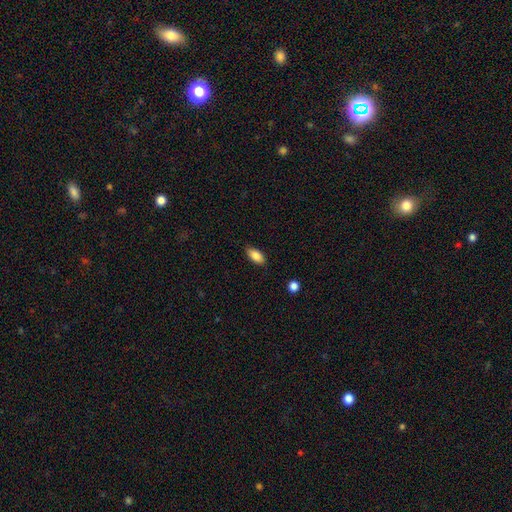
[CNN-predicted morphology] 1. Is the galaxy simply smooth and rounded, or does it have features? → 87% smooth, 7% star or artifact, 6% featured or disk.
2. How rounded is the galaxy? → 91% in between, 6% cigar-shaped, 3% round.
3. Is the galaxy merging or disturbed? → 85% none, 12% minor disturbance, 2% major disturbance, 1% merger.